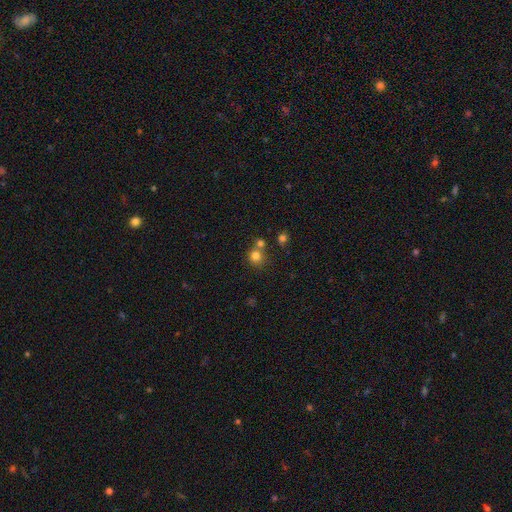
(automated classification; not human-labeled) A smooth galaxy with no disk features (79%) that is round (88%). Merging: none (58%).